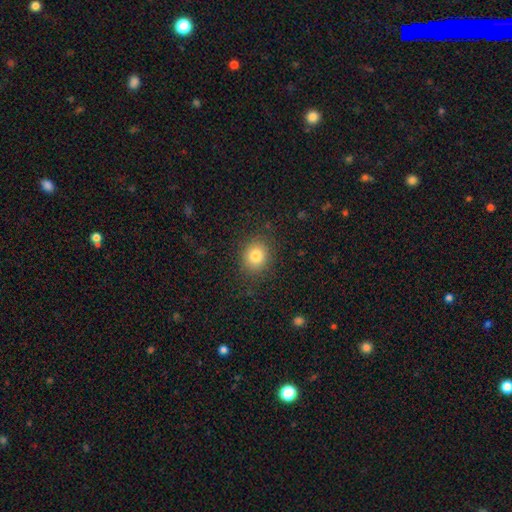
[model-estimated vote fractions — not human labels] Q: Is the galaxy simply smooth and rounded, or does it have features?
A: smooth — 81%.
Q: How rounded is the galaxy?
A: round — 77%.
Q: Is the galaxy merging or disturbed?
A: none — 86%.